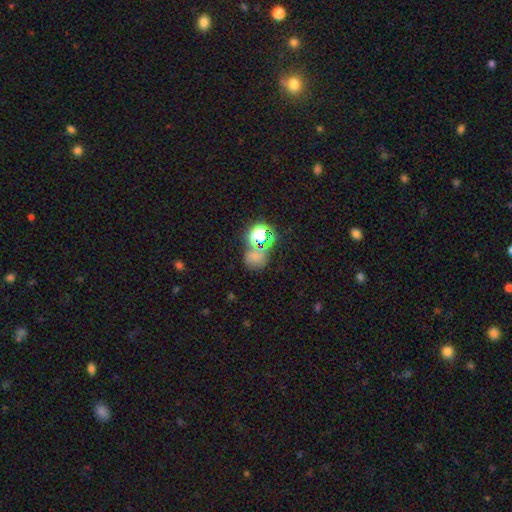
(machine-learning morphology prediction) A smooth galaxy with no disk features (51%) that is round (67%). Merging: none (55%).